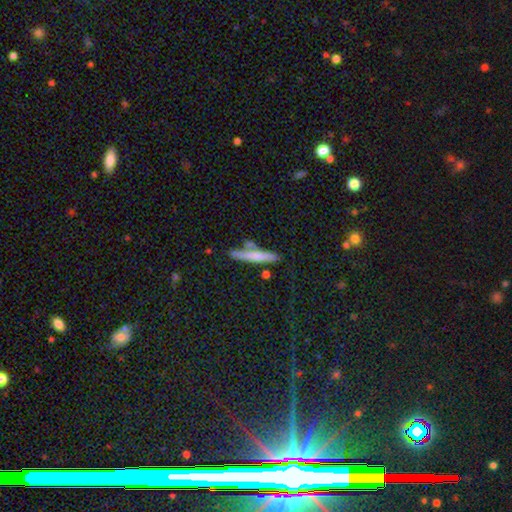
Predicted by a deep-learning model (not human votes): Smooth or featured: smooth — 60% (featured or disk — 33%)
How rounded: cigar-shaped — 92% (in between — 6%)
Merging: none — 68% (minor disturbance — 14%)